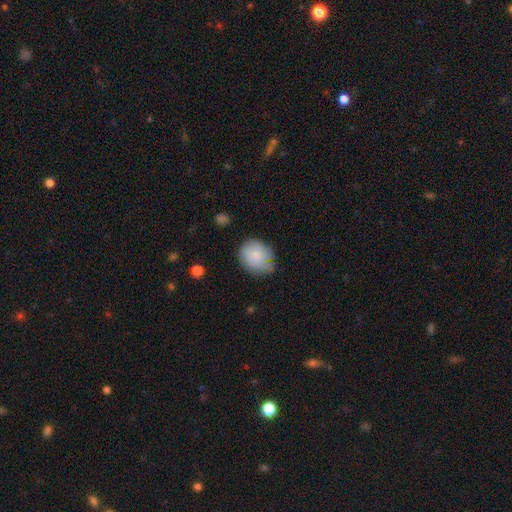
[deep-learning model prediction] Q: Smooth or featured?
A: smooth (79%); runner-up: featured or disk (14%)
Q: How rounded?
A: round (65%); runner-up: in between (34%)
Q: Merging?
A: none (59%); runner-up: minor disturbance (31%)